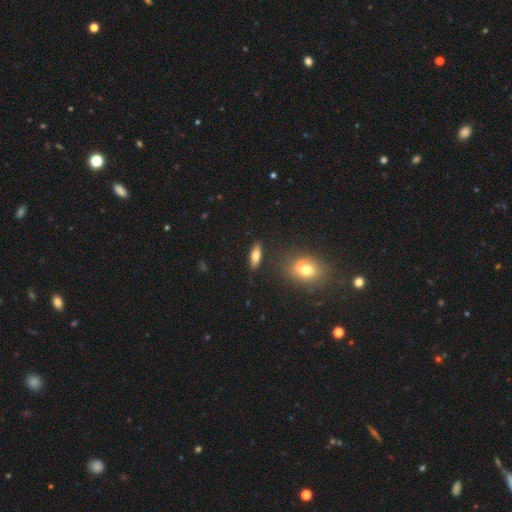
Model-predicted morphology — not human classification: Smooth or featured? smooth (69%)
How rounded? in between (64%)
Merging? none (83%)